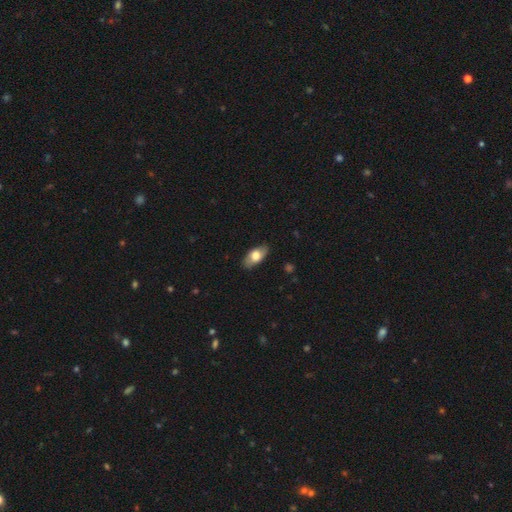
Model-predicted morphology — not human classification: type=smooth (70%); roundness=in between (91%); merging=none (84%).